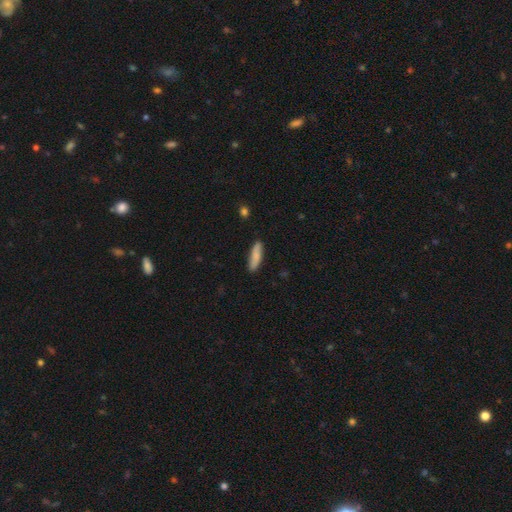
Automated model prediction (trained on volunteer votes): Smooth or featured? smooth (82%)
How rounded? cigar-shaped (71%)
Merging? none (87%)